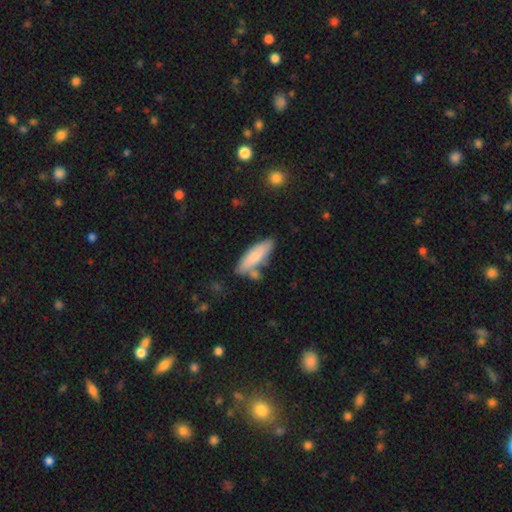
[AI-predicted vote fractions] Smooth or featured?
  - smooth: 75% *
  - featured or disk: 19%
  - star or artifact: 6%
How rounded?
  - cigar-shaped: 50% *
  - in between: 48%
  - round: 2%
Merging?
  - none: 70% *
  - minor disturbance: 17%
  - merger: 10%
  - major disturbance: 3%